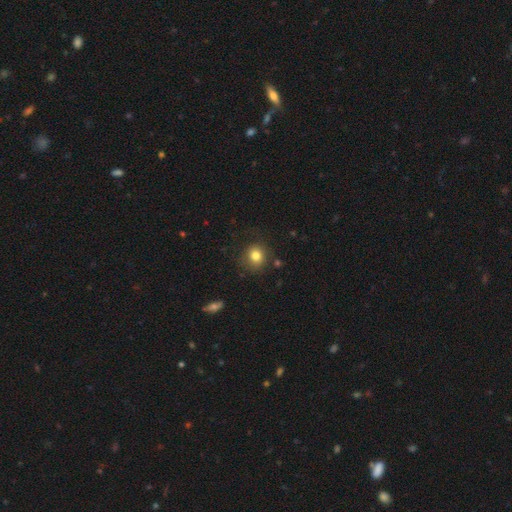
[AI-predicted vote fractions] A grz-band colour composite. It shows a smooth galaxy with no disk features (81%) that is round (83%). Merging: none (79%).